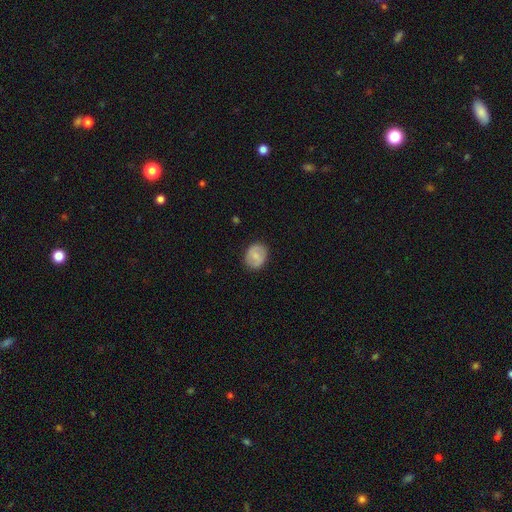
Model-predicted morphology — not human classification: This appears to be a smooth galaxy with no disk features (62%) that is round (61%). Merging: none (86%).